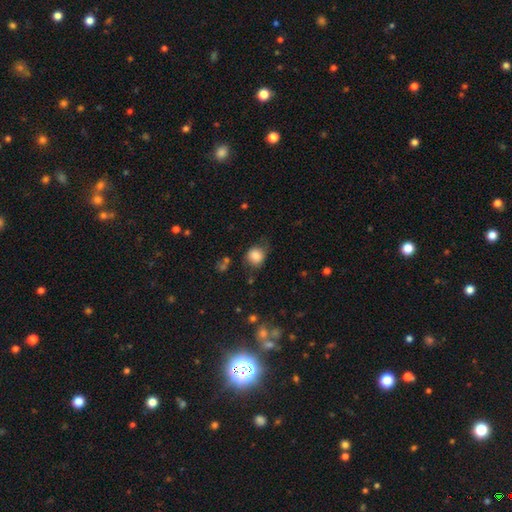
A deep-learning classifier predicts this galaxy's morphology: The model was most divided on "merging": none: 63%, minor disturbance: 25%, major disturbance: 9%, merger: 3%. More confident: smooth or featured — smooth (83%); how rounded — round (74%).